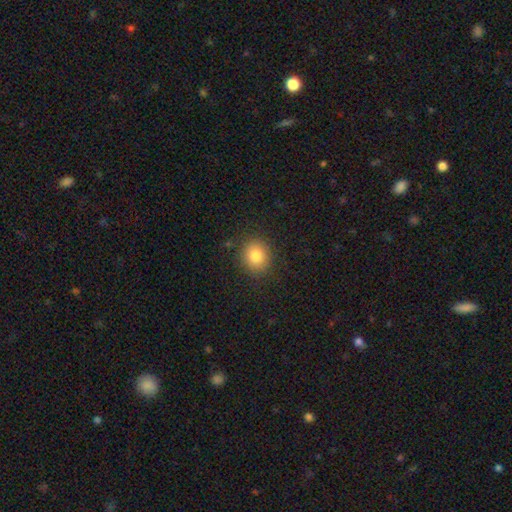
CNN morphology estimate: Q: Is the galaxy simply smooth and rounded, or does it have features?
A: smooth — 82%.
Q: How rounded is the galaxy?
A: round — 80%.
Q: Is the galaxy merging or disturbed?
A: none — 87%.